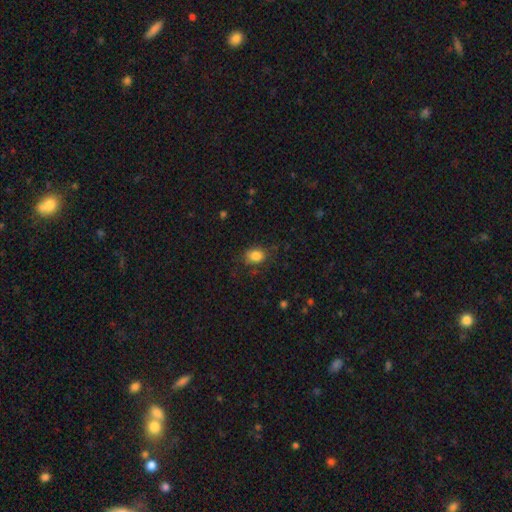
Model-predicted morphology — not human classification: smooth-or-featured: smooth: 84% | star or artifact: 10% | featured or disk: 6%
  how-rounded: in between: 58% | round: 41% | cigar-shaped: 1%
  merging: none: 75% | minor disturbance: 17% | major disturbance: 6% | merger: 1%